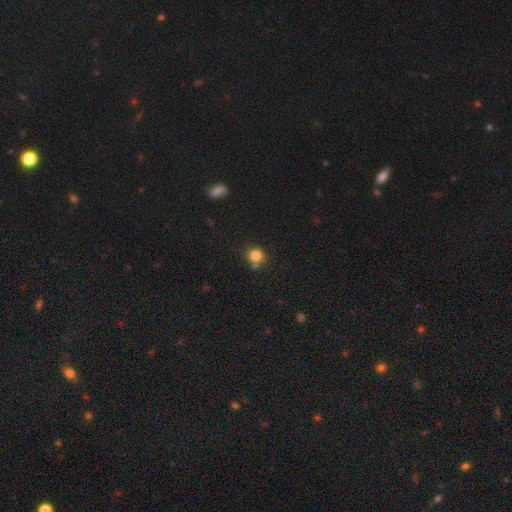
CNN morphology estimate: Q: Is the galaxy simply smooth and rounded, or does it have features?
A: smooth — 82%.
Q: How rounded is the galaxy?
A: round — 87%.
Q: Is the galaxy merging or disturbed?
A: none — 70%.